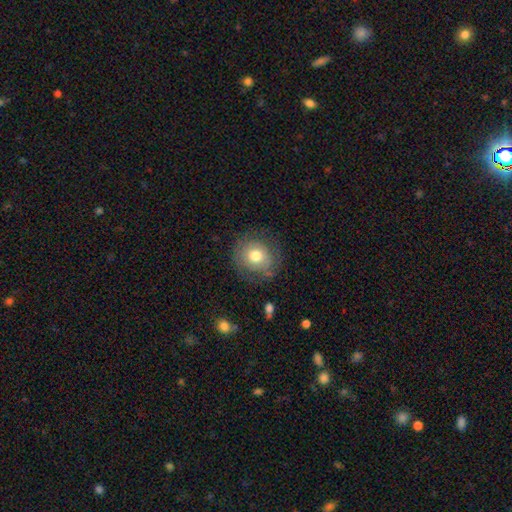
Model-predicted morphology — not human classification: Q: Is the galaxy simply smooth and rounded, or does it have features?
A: smooth — 67%.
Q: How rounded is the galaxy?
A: round — 82%.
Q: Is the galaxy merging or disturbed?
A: none — 75%.